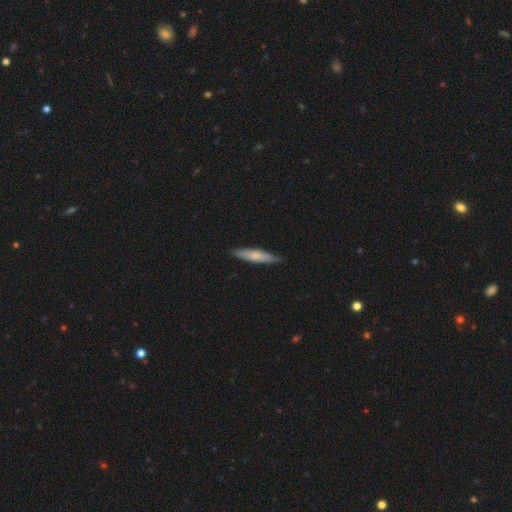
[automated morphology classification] Smooth or featured? Predicted: smooth (p=0.66). How rounded? Predicted: cigar-shaped (p=0.82). Merging? Predicted: none (p=0.86).